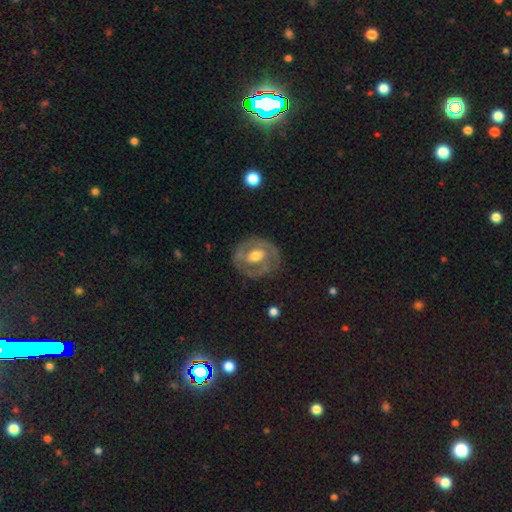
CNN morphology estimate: Smooth or featured: featured or disk — 68% (smooth — 27%)
Edge-on disk: no — 96% (yes — 4%)
Bar: no — 46% (weak — 36%)
Spiral arms: no — 54% (yes — 46%)
Bulge size: moderate — 65% (large — 20%)
Merging: none — 74% (minor disturbance — 17%)